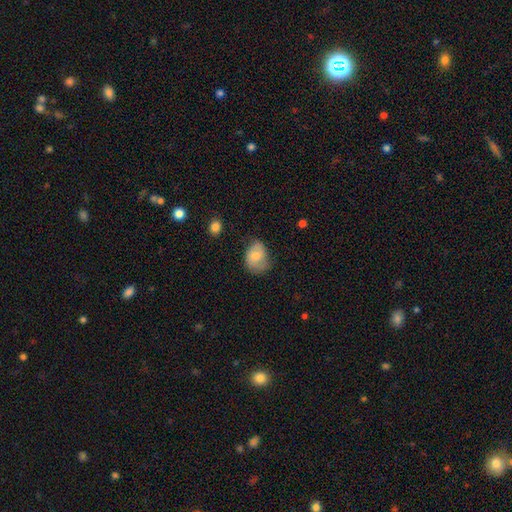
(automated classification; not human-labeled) smooth_or_featured: smooth (p=0.71) [alt: featured or disk p=0.22]
how_rounded: in between (p=0.64) [alt: round p=0.35]
merging: none (p=0.50) [alt: minor disturbance p=0.35]